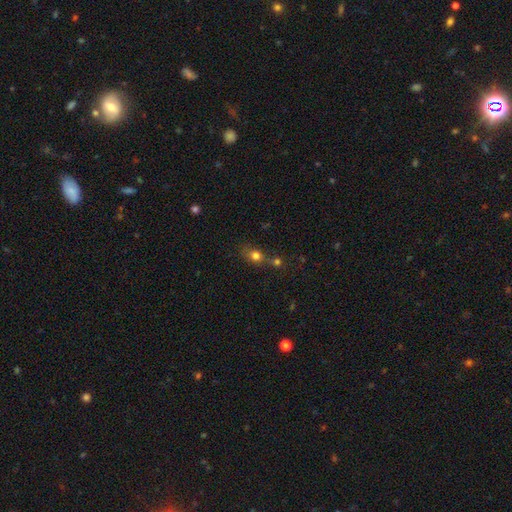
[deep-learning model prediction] Smooth or featured?
  - smooth: 77% *
  - star or artifact: 14%
  - featured or disk: 10%
How rounded?
  - round: 58% *
  - in between: 40%
  - cigar-shaped: 2%
Merging?
  - none: 40% *
  - merger: 38%
  - minor disturbance: 13%
  - major disturbance: 8%